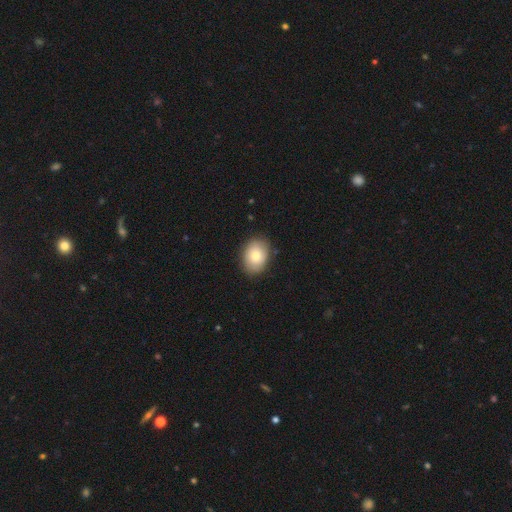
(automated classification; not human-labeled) This is likely a smooth galaxy (79%). How rounded: likely in between (68%). Merging: clearly none (86%).